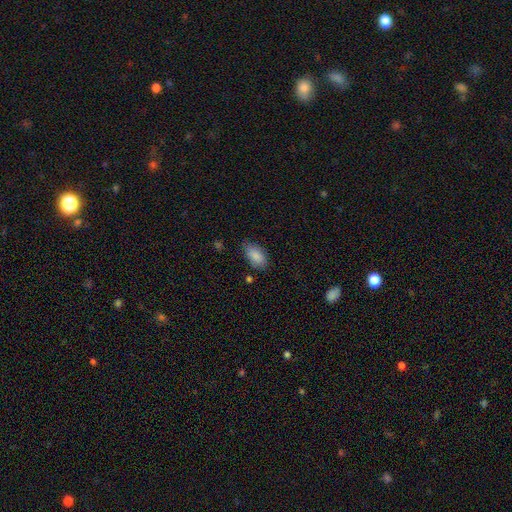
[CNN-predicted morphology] A smooth galaxy with no disk features (86%) that is in between round and cigar-shaped (93%).

Vote fractions:
- Smooth or featured? smooth: 86% / featured or disk: 7% / star or artifact: 7%
- How rounded? in between: 93% / round: 4% / cigar-shaped: 3%
- Merging? none: 74% / minor disturbance: 19% / major disturbance: 4% / merger: 2%